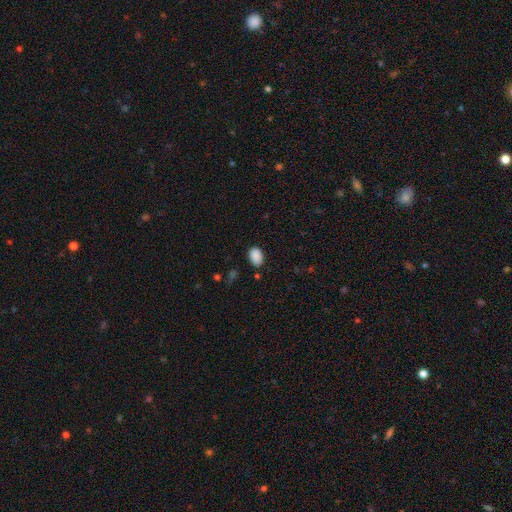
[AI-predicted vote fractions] Morphology: type=smooth (89%); roundness=in between (84%); merging=none (82%).